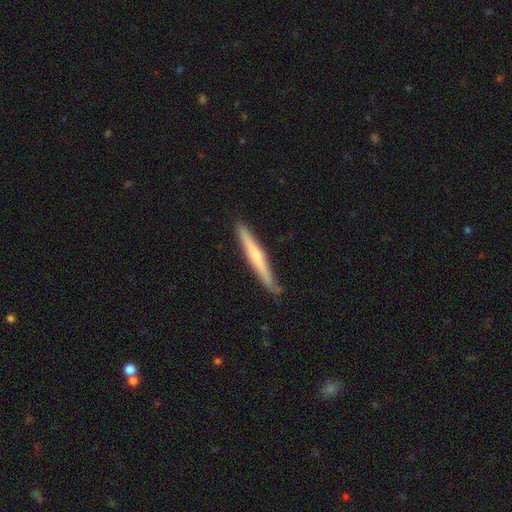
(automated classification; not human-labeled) Morphology: type=smooth (49%); merging=none (83%).